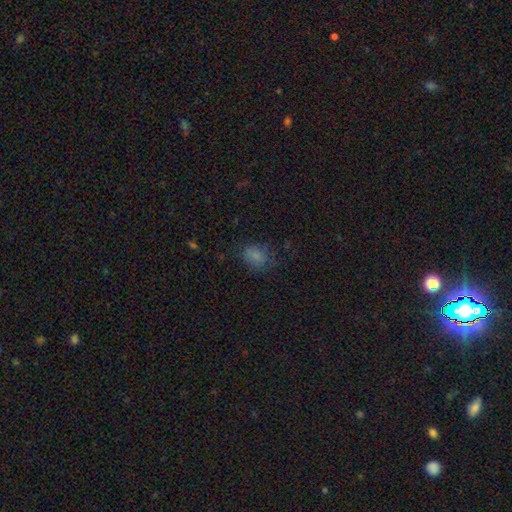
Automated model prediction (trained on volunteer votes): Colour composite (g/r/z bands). It shows a smooth galaxy with no disk features (77%) that is in between round and cigar-shaped (60%). Merging: none (68%).